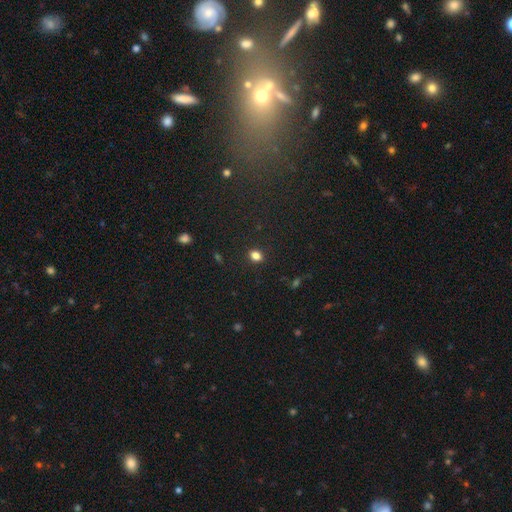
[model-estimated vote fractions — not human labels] Smooth or featured? smooth (83%)
How rounded? in between (55%)
Merging? none (88%)